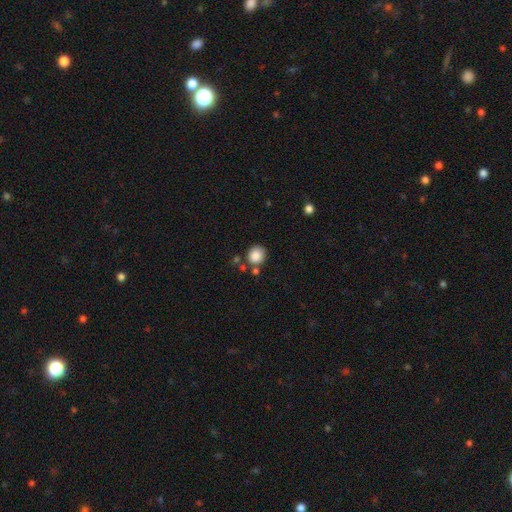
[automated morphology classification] Overall: smooth (86%). How rounded: round (82%). Merging: none (72%).